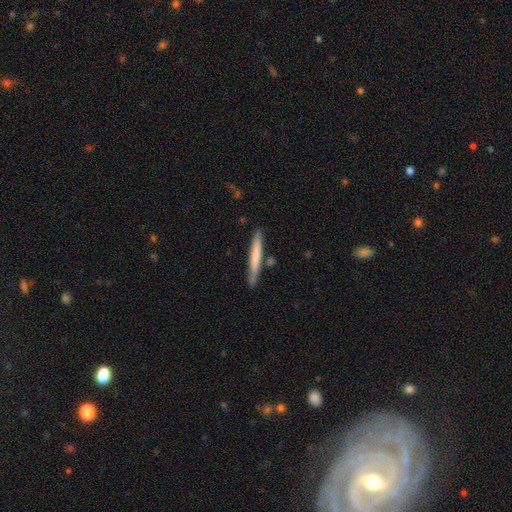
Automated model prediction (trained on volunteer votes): Smooth or featured? smooth (63%)
How rounded? cigar-shaped (96%)
Merging? none (81%)